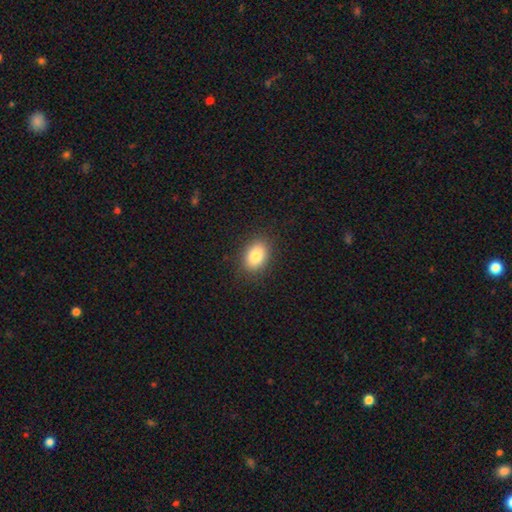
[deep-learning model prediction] A smooth galaxy with no disk features (84%) that is in between round and cigar-shaped (81%).

Vote fractions:
- Smooth or featured? smooth: 84% / star or artifact: 8% / featured or disk: 7%
- How rounded? in between: 81% / round: 17% / cigar-shaped: 1%
- Merging? none: 87% / minor disturbance: 9% / major disturbance: 3% / merger: 1%